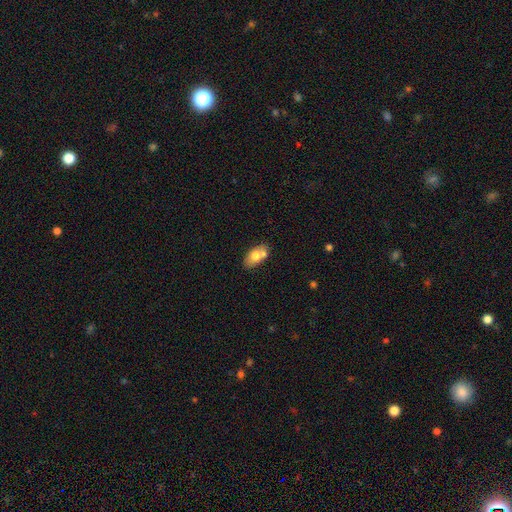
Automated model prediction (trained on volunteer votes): Smooth or featured? smooth (69%)
How rounded? in between (89%)
Merging? none (56%)